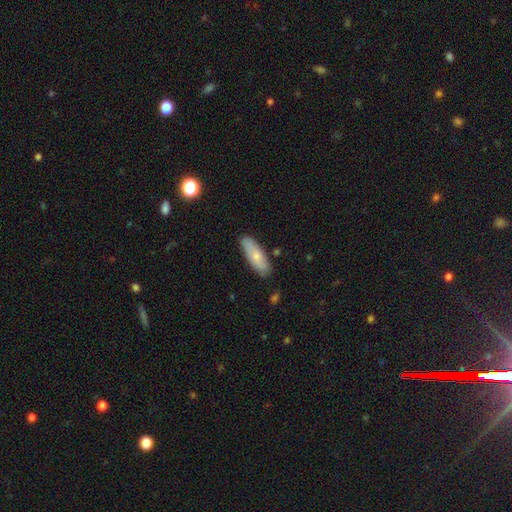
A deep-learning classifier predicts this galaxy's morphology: This is likely a smooth galaxy (72%). How rounded: possibly in between (58%). Merging: clearly none (83%).